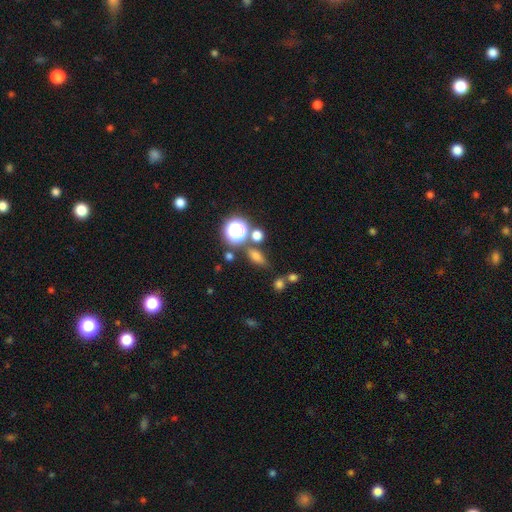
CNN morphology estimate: type=smooth (66%); roundness=in between (57%); merging=none (72%).